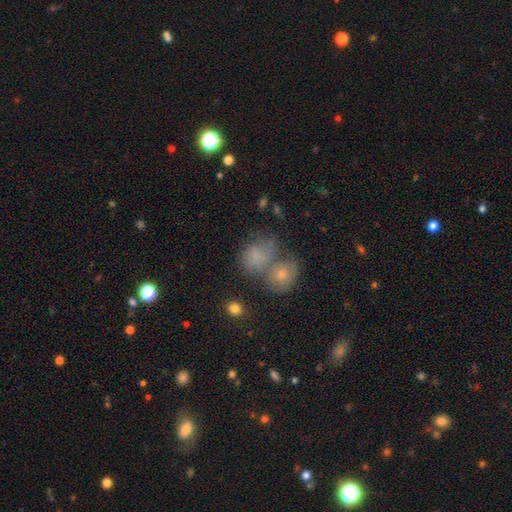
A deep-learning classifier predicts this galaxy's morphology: Smooth or featured?
  - smooth: 64% *
  - featured or disk: 24%
  - star or artifact: 12%
How rounded?
  - in between: 52% *
  - round: 47%
  - cigar-shaped: 1%
Merging?
  - merger: 46% *
  - none: 29%
  - minor disturbance: 14%
  - major disturbance: 11%